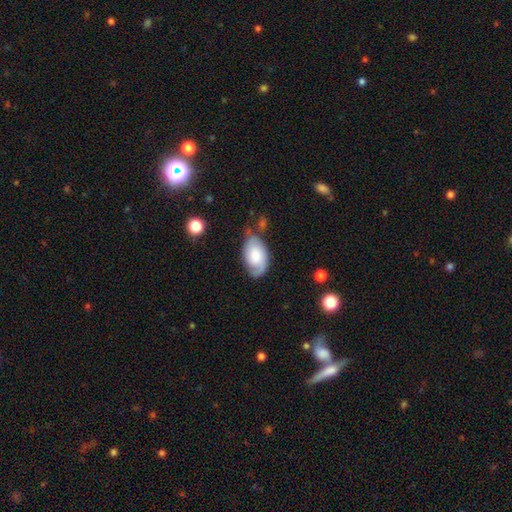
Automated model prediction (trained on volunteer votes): This is possibly a smooth galaxy (54%). How rounded: clearly in between (92%). Merging: possibly none (48%).